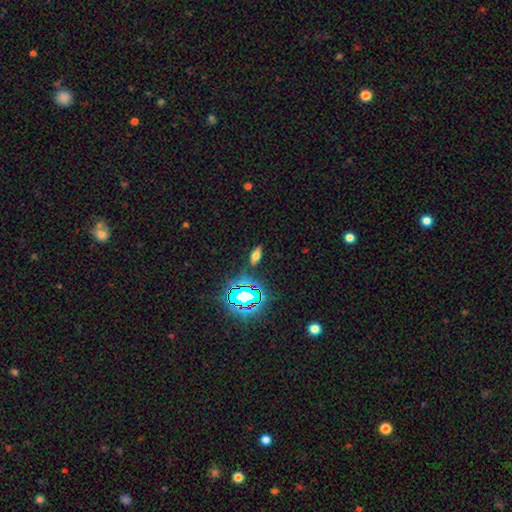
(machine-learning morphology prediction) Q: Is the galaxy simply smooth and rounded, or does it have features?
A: smooth — 55%.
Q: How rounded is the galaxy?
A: in between — 76%.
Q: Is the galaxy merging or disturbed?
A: none — 86%.